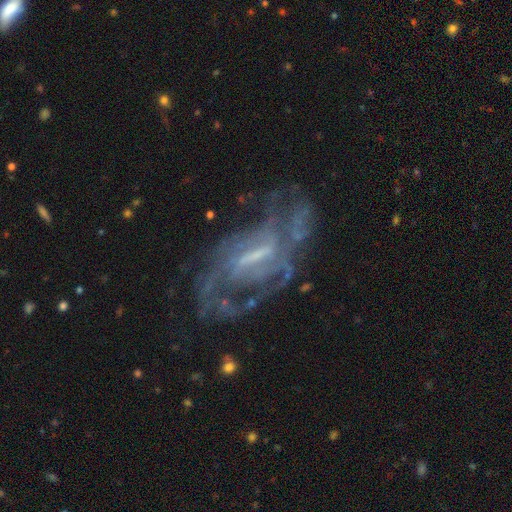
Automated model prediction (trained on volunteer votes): This is clearly a featured or disk galaxy (81%). It is clearly not viewed edge-on (92%). Bar: marginally weak (42%). Spiral arm pattern: likely yes (77%). Spiral arm count: possibly can't tell (48%). Spiral winding: marginally medium (42%). Central bulge: marginally small (38%). Merging: possibly none (48%).